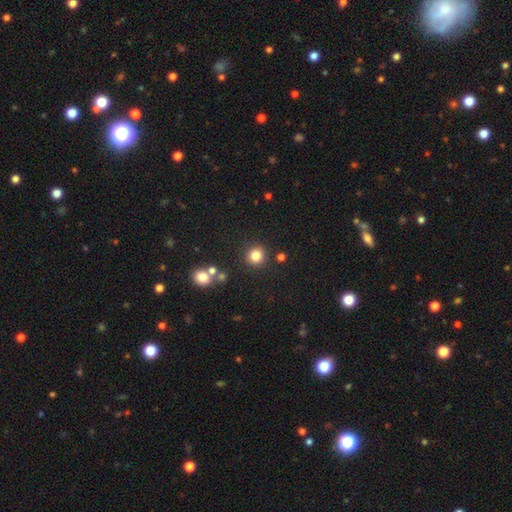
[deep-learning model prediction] Smooth or featured? smooth (83%)
How rounded? round (91%)
Merging? none (85%)